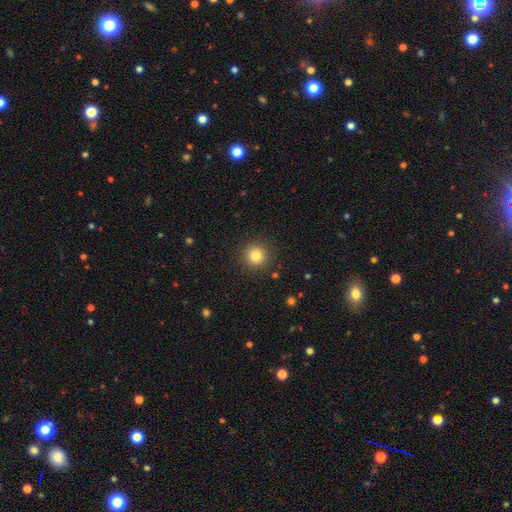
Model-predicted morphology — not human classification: Overall: smooth (82%). How rounded: round (94%). Merging: none (90%).